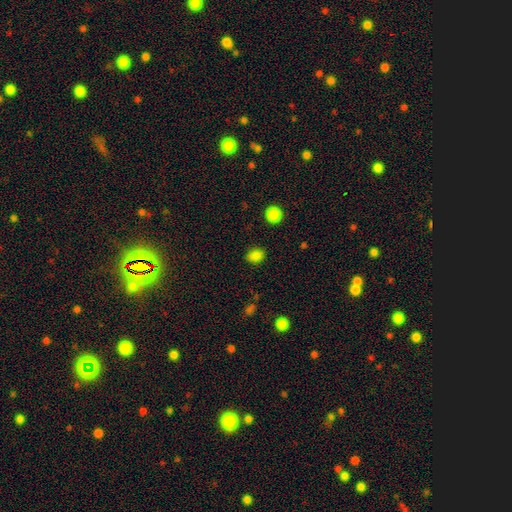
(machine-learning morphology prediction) smooth 83%, star or artifact 13%, featured or disk 4%. Down the decision tree: how rounded — in between (50%); merging — none (86%).